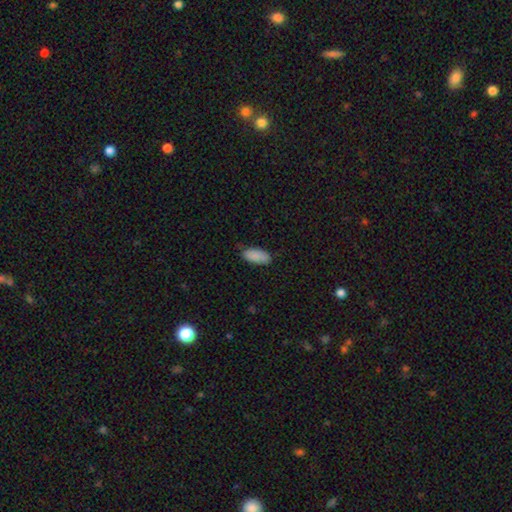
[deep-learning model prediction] Smooth or featured? Predicted: smooth (p=0.88). How rounded? Predicted: in between (p=0.90). Merging? Predicted: none (p=0.74).